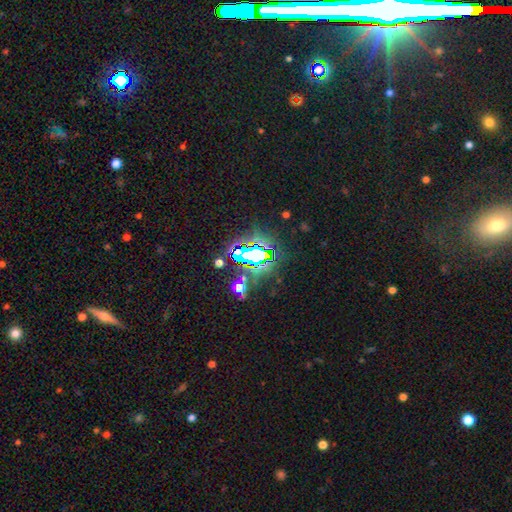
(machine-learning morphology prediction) This appears to be a star or artifact, not a galaxy (74%).